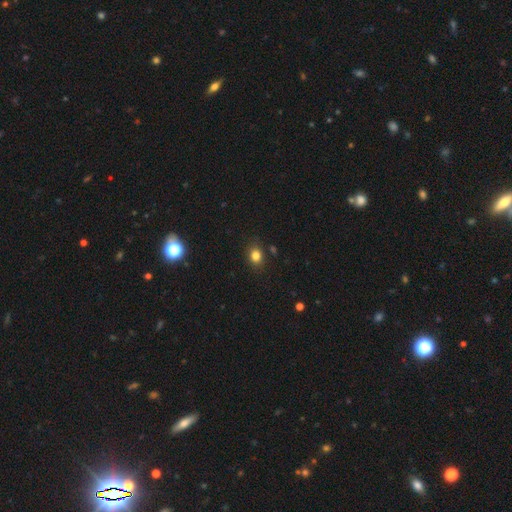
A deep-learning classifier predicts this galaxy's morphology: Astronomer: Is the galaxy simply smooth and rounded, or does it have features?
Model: smooth — 82%.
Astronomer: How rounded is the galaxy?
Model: round — 50% (runner-up: in between, 49%).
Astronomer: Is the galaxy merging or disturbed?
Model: none — 85%.